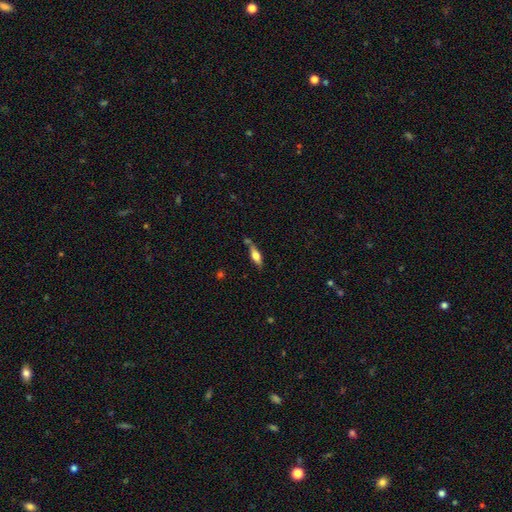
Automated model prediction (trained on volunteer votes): smooth_or_featured: smooth (p=0.48) [alt: featured or disk p=0.45]
merging: none (p=0.63) [alt: minor disturbance p=0.19]